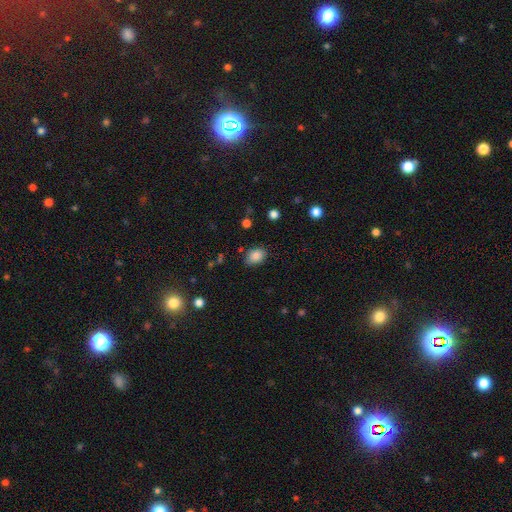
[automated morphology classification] Smooth or featured? smooth (85%)
How rounded? in between (62%)
Merging? none (78%)